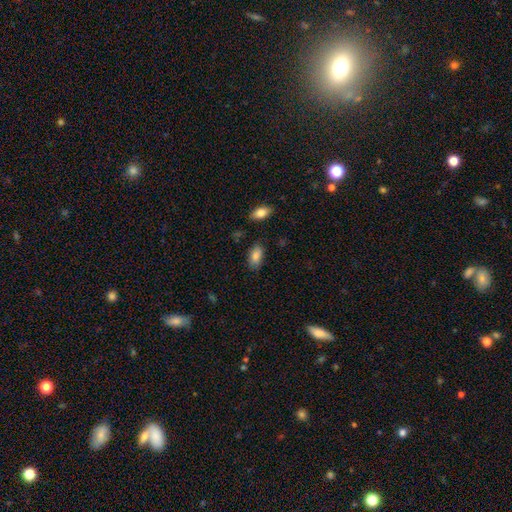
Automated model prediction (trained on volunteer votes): This is clearly a smooth galaxy (83%). How rounded: clearly in between (91%). Merging: likely none (78%).